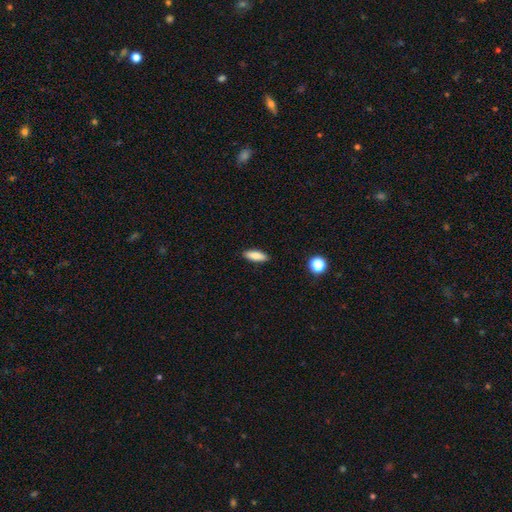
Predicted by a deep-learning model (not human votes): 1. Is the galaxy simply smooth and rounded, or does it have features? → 85% smooth, 8% featured or disk, 7% star or artifact.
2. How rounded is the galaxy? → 65% in between, 32% cigar-shaped, 2% round.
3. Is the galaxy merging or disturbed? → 89% none, 8% minor disturbance, 2% major disturbance, 1% merger.